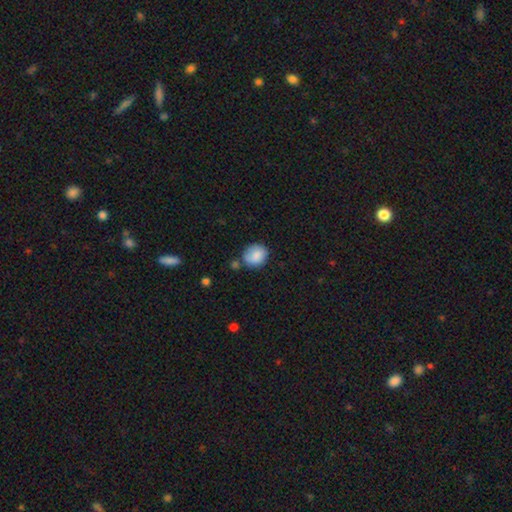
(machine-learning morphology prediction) smooth 85%, star or artifact 8%, featured or disk 8%. Down the decision tree: how rounded — round (67%); merging — none (67%).